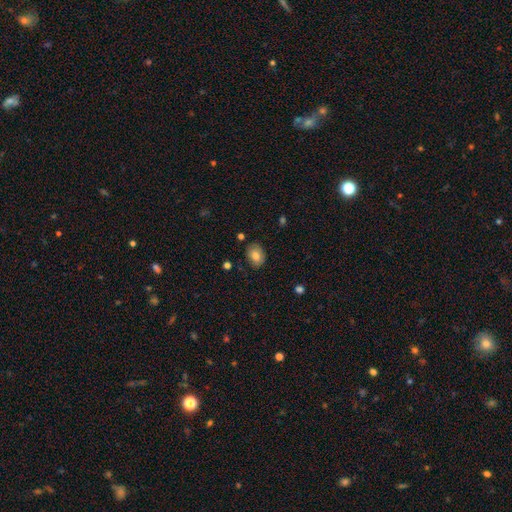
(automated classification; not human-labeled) Smooth or featured? smooth (77%)
How rounded? in between (65%)
Merging? none (83%)